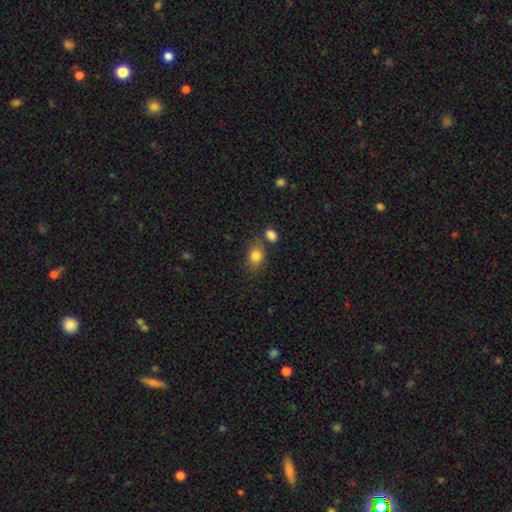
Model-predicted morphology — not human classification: smooth_or_featured: smooth (p=0.84) [alt: star or artifact p=0.09]
how_rounded: in between (p=0.64) [alt: round p=0.35]
merging: none (p=0.66) [alt: merger p=0.15]